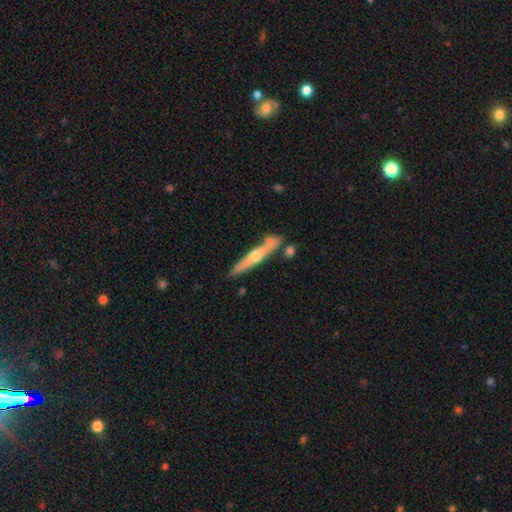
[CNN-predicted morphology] This appears to be a featured or disk galaxy (62%) viewed edge-on (93%) with a rounded central bulge (88%). Merging: none (72%).